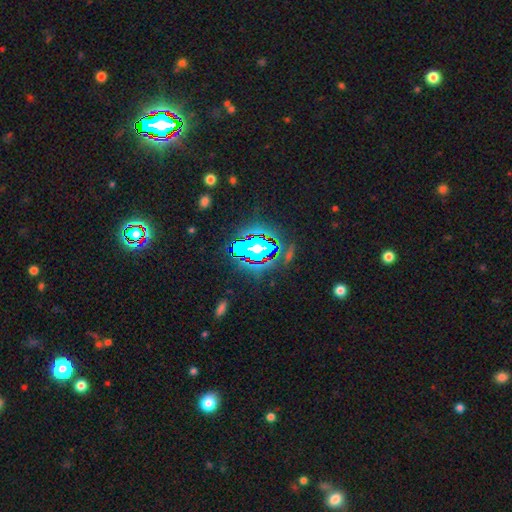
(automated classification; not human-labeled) star or artifact 83%, smooth 9%, featured or disk 8%.